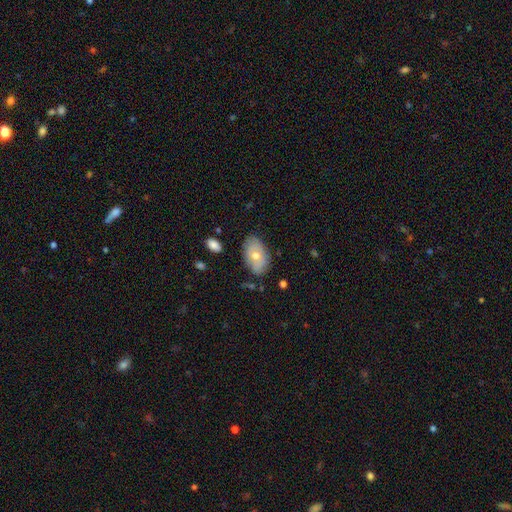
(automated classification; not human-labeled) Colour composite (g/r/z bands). It shows a smooth galaxy with no disk features (53%) that is in between round and cigar-shaped (92%). Merging: none (76%).